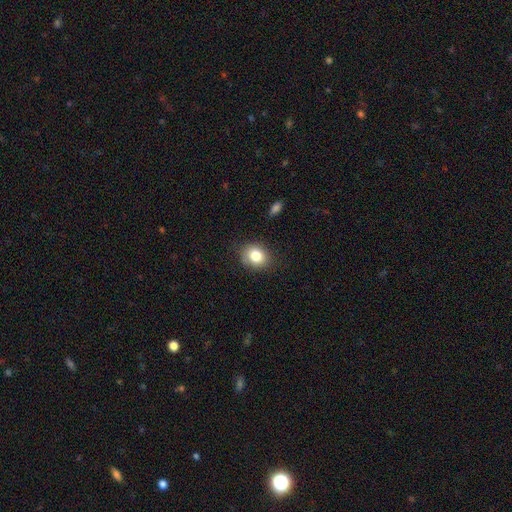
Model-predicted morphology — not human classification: smooth 81%, star or artifact 10%, featured or disk 8%. Down the decision tree: how rounded — round (60%); merging — none (80%).